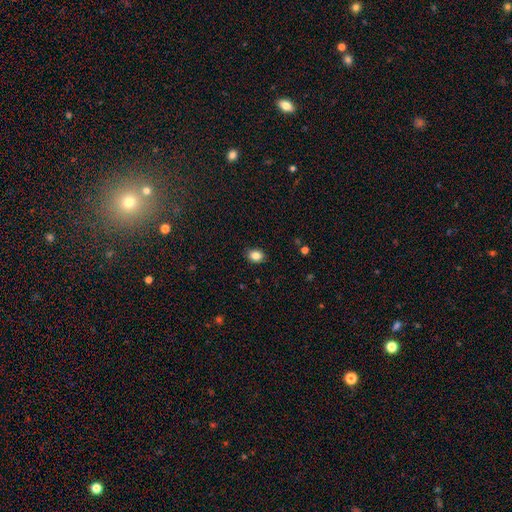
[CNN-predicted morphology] smooth 85%, star or artifact 10%, featured or disk 5%. Down the decision tree: how rounded — in between (55%); merging — none (87%).